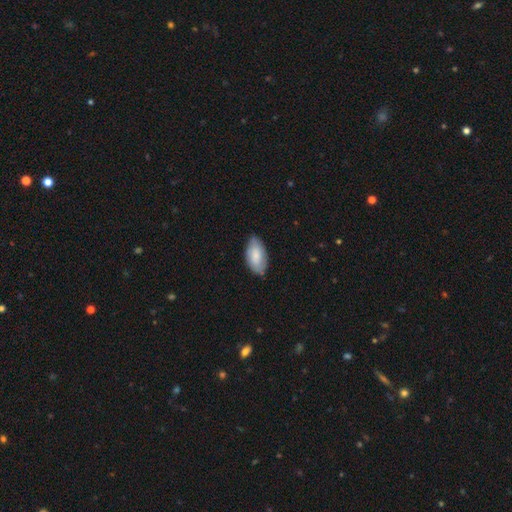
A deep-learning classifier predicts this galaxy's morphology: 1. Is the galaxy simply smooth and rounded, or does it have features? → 80% smooth, 15% featured or disk, 6% star or artifact.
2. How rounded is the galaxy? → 95% in between, 3% cigar-shaped, 2% round.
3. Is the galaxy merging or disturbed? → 71% none, 24% minor disturbance, 3% major disturbance, 1% merger.